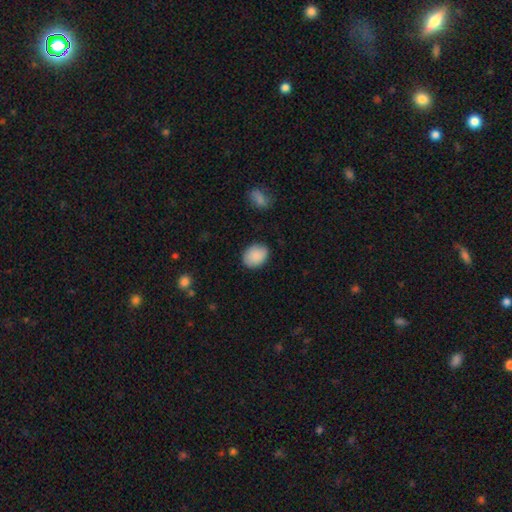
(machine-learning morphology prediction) type=smooth (89%); roundness=in between (64%); merging=none (84%).